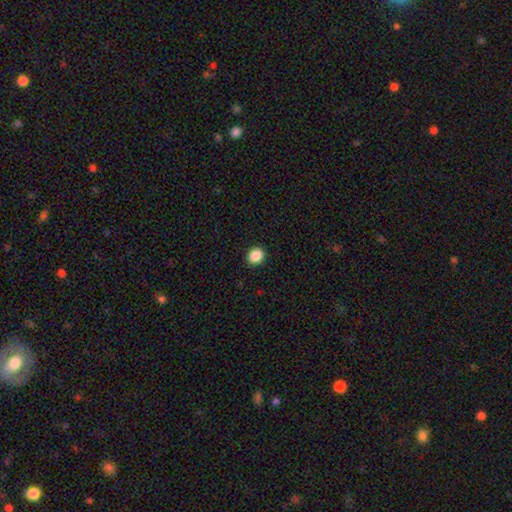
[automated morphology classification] Smooth or featured? smooth (88%)
How rounded? round (74%)
Merging? none (92%)